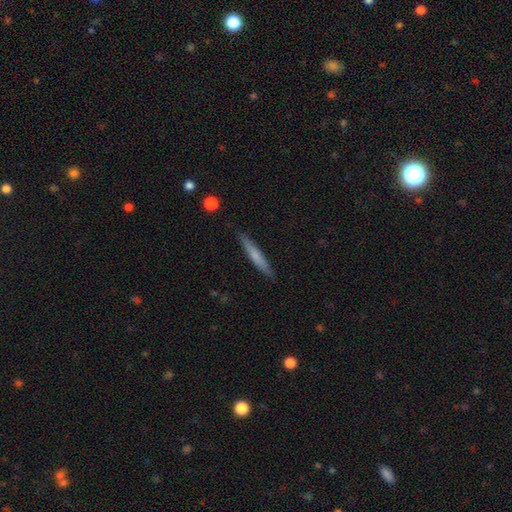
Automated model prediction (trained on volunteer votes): Overall: smooth (62%; featured or disk 33%). How rounded: cigar-shaped (95%). Merging: none (88%).